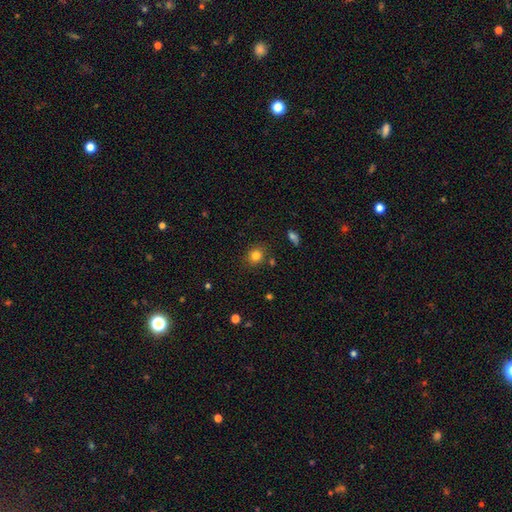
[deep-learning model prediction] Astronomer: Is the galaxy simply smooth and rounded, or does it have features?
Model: smooth — 82%.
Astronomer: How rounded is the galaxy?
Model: round — 78%.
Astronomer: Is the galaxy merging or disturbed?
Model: none — 83%.